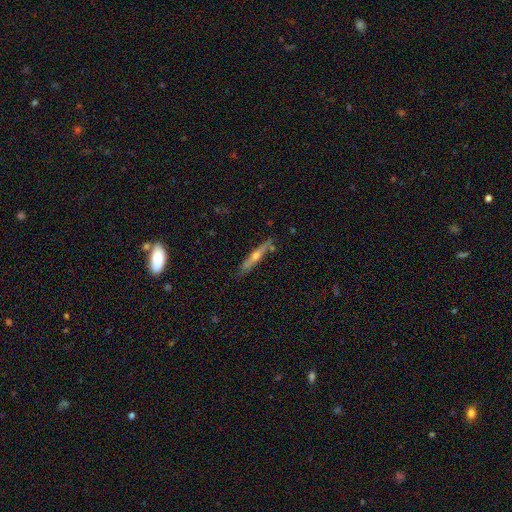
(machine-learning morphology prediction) Smooth or featured?
  - featured or disk: 56% *
  - smooth: 38%
  - star or artifact: 6%
Edge-on disk?
  - yes: 92% *
  - no: 8%
Edge-on bulge?
  - rounded: 82% *
  - none: 15%
  - boxy: 3%
Merging?
  - none: 82% *
  - minor disturbance: 13%
  - merger: 3%
  - major disturbance: 2%